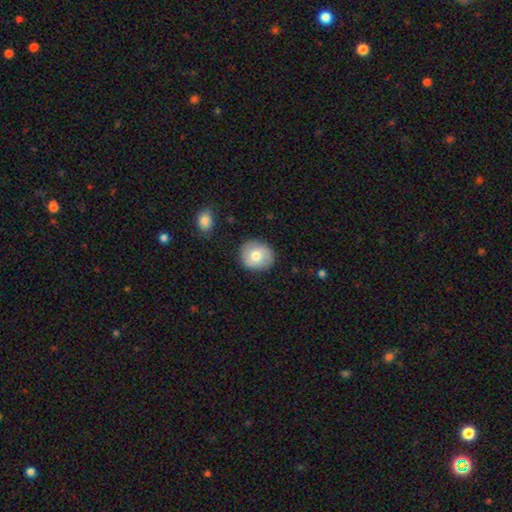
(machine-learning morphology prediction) Overall: smooth (69%). How rounded: round (85%). Merging: none (86%).